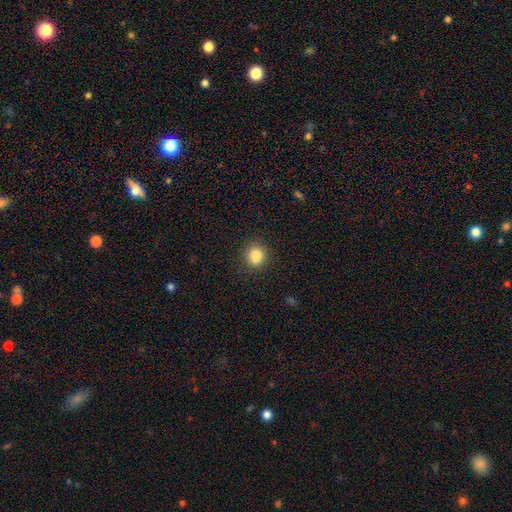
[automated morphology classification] Smooth or featured: smooth — 85% (star or artifact — 11%)
How rounded: round — 79% (in between — 20%)
Merging: none — 87% (minor disturbance — 9%)